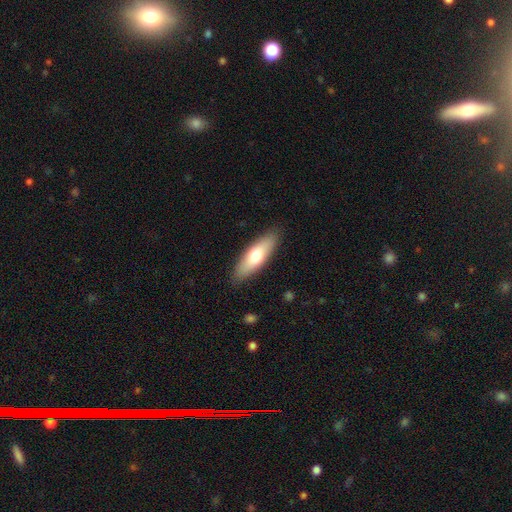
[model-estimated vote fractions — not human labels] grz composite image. It shows a smooth galaxy with no disk features (67%) that is in between round and cigar-shaped (53%). Merging: none (87%).